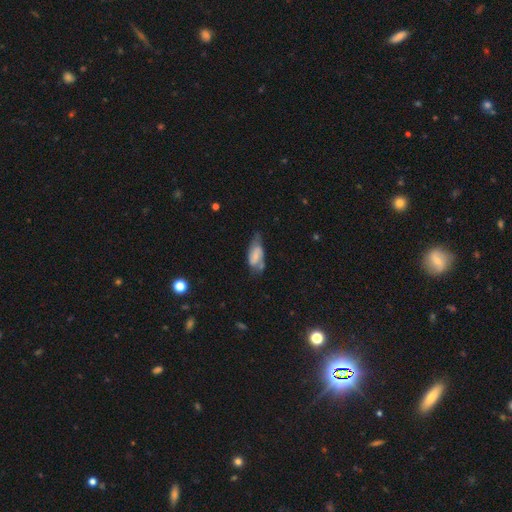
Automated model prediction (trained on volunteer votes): A smooth galaxy with no disk features (49%). Merging: none (41%).